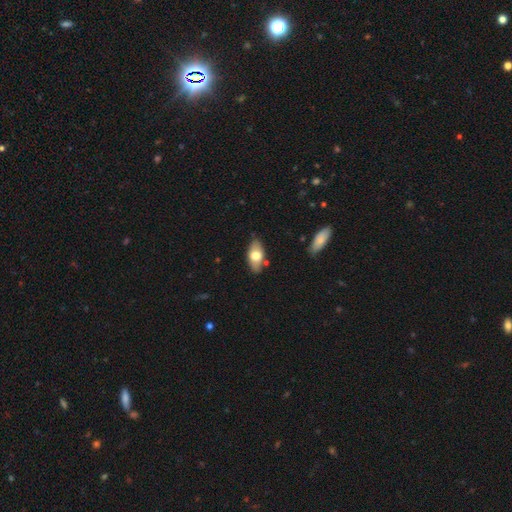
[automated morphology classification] A smooth galaxy with no disk features (67%) that is in between round and cigar-shaped (91%).

Vote fractions:
- Smooth or featured? smooth: 67% / featured or disk: 27% / star or artifact: 6%
- How rounded? in between: 91% / cigar-shaped: 6% / round: 3%
- Merging? none: 80% / minor disturbance: 14% / merger: 3% / major disturbance: 3%